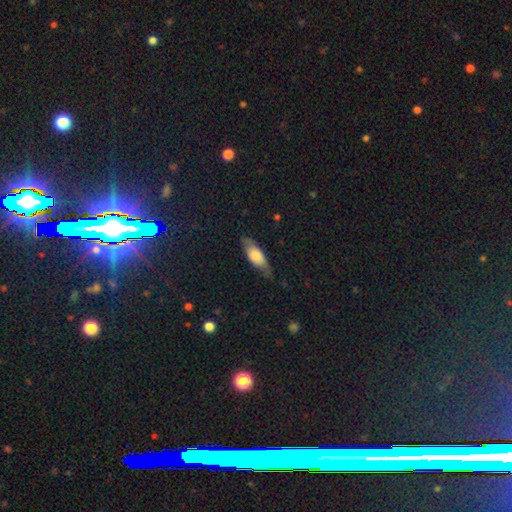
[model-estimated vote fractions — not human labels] A smooth galaxy with no disk features (64%) that is in between round and cigar-shaped (69%).

Vote fractions:
- Smooth or featured? smooth: 64% / featured or disk: 30% / star or artifact: 7%
- How rounded? in between: 69% / cigar-shaped: 28% / round: 3%
- Merging? none: 67% / minor disturbance: 25% / major disturbance: 6% / merger: 1%